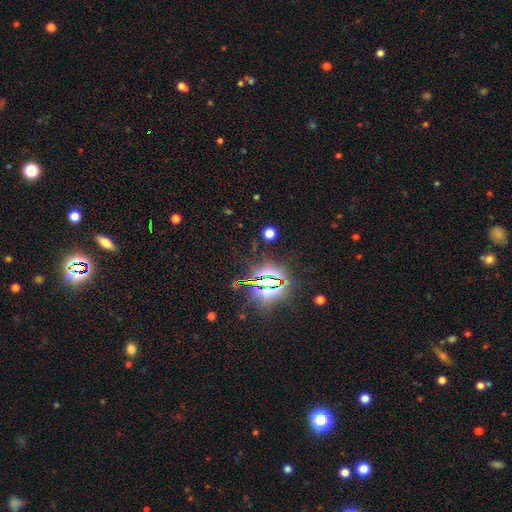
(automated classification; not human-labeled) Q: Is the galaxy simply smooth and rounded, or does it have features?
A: star or artifact — 84%.